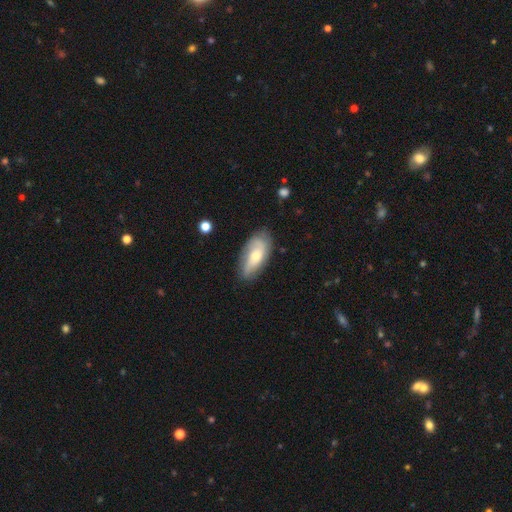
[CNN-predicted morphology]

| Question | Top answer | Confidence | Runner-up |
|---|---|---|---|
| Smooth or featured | featured or disk | 51% | smooth (43%) |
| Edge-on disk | no | 87% | yes (13%) |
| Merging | none | 74% | minor disturbance (19%) |